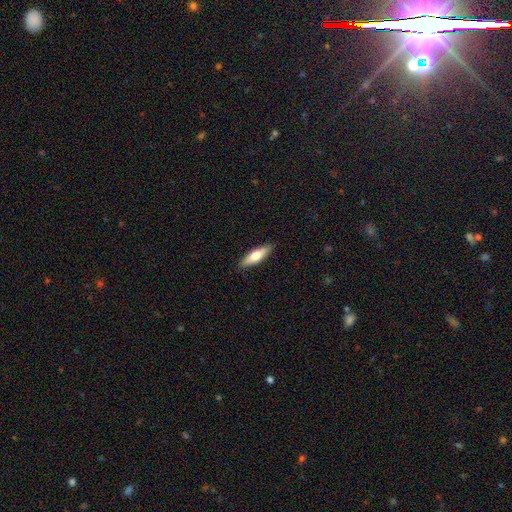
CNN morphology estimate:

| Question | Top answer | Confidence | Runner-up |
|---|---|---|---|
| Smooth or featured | smooth | 61% | featured or disk (33%) |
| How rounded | cigar-shaped | 61% | in between (37%) |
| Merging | none | 90% | minor disturbance (8%) |